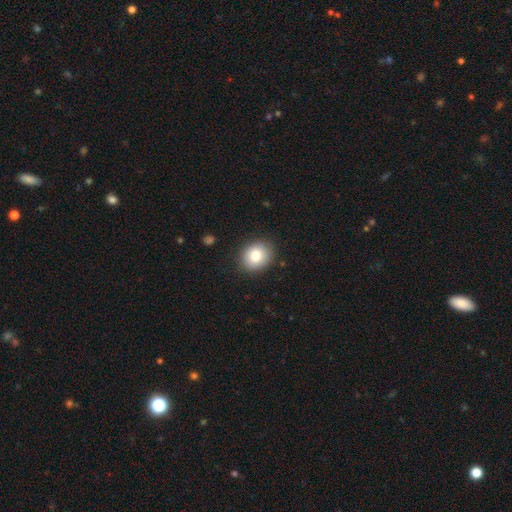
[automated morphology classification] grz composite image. It shows a smooth galaxy with no disk features (80%) that is round (62%). Merging: none (88%).